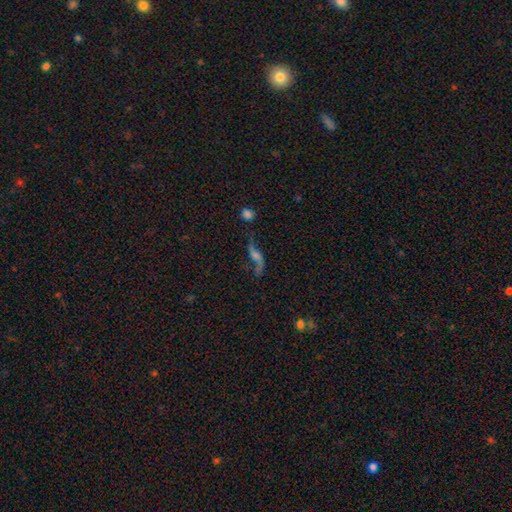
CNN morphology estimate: Smooth or featured? Predicted: featured or disk (p=0.71). Edge-on disk? Predicted: no (p=0.86). Bar? Predicted: no (p=0.56). Spiral arms? Predicted: yes (p=0.89). Spiral winding? Predicted: loose (p=0.92). Spiral arm count? Predicted: 2 (p=0.88). Bulge size? Predicted: small (p=0.33). Merging? Predicted: none (p=0.53).